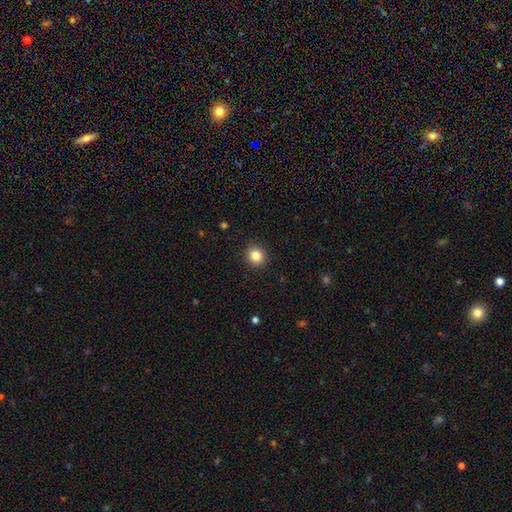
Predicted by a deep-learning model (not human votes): Q: Smooth or featured?
A: smooth (85%); runner-up: star or artifact (10%)
Q: How rounded?
A: round (89%); runner-up: in between (10%)
Q: Merging?
A: none (92%); runner-up: minor disturbance (6%)